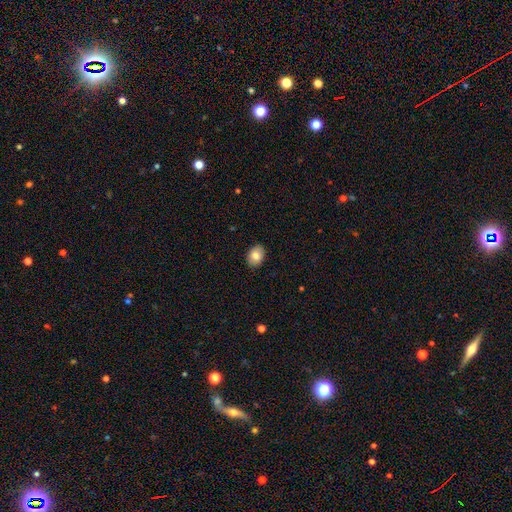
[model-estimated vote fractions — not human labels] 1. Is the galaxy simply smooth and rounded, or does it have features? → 80% smooth, 13% featured or disk, 8% star or artifact.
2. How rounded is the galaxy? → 74% in between, 25% round, 1% cigar-shaped.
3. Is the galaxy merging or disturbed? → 89% none, 8% minor disturbance, 2% major disturbance, 1% merger.